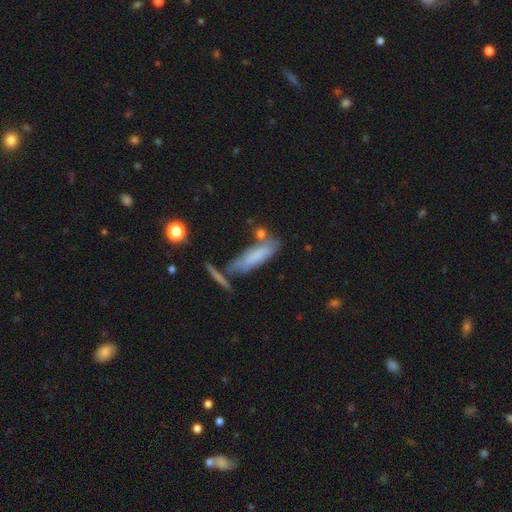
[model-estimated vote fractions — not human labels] Q: Smooth or featured?
A: smooth (71%); runner-up: featured or disk (21%)
Q: How rounded?
A: cigar-shaped (64%); runner-up: in between (34%)
Q: Merging?
A: none (57%); runner-up: minor disturbance (19%)